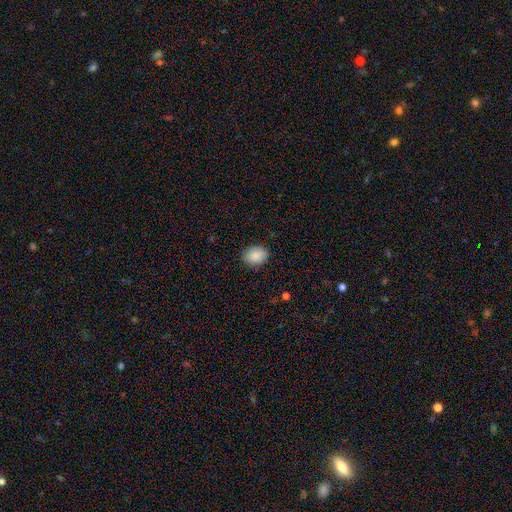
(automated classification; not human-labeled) smooth_or_featured: smooth (p=0.88) [alt: star or artifact p=0.07]
how_rounded: in between (p=0.58) [alt: round p=0.41]
merging: none (p=0.86) [alt: minor disturbance p=0.10]